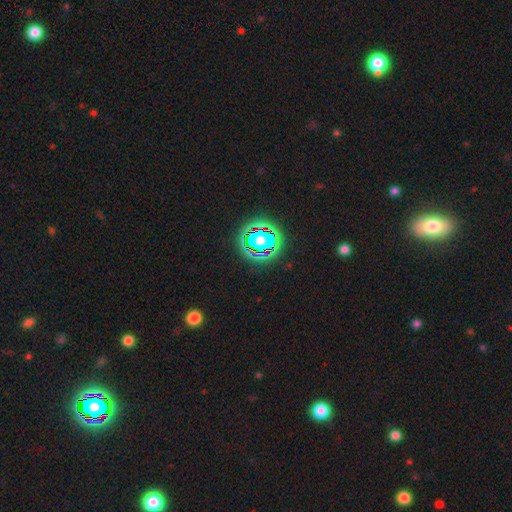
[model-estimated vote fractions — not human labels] star or artifact 74%, smooth 17%, featured or disk 9%.